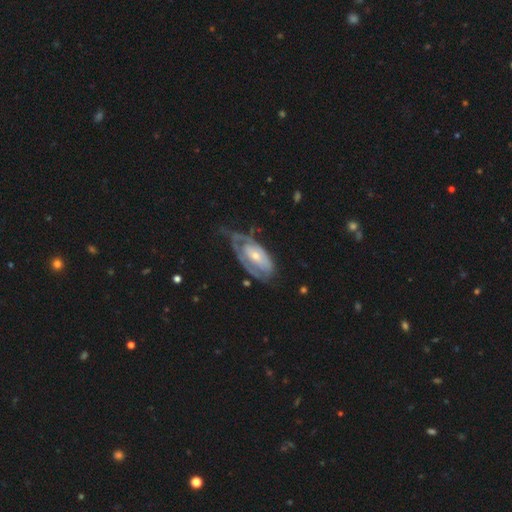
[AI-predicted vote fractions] The model was most divided on "merging": none: 36%, major disturbance: 32%, minor disturbance: 29%, merger: 3%. More confident: edge-on disk — no (92%); spiral arms — yes (73%); smooth or featured — featured or disk (72%); bar — no (67%); bulge size — small (52%).